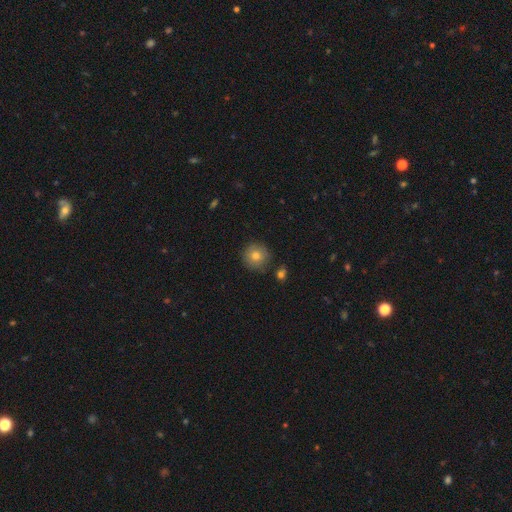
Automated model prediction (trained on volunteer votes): Overall: smooth (79%). How rounded: round (95%). Merging: none (86%).